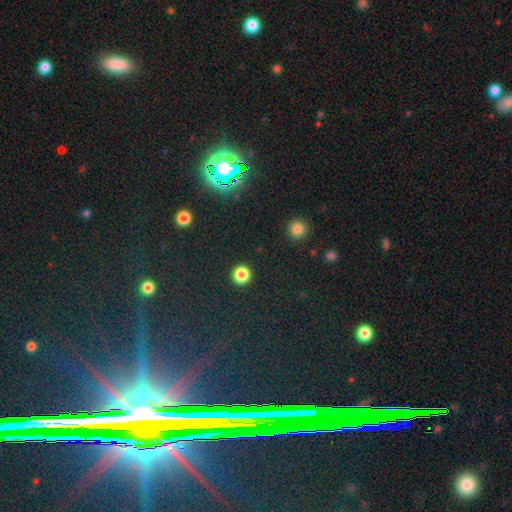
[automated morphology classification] A star or artifact, not a galaxy (71%).